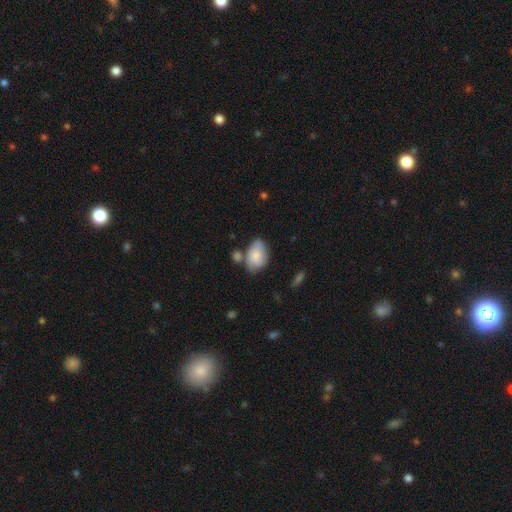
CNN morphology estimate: A smooth galaxy with no disk features (78%) that is in between round and cigar-shaped (88%). Merging: none (50%).